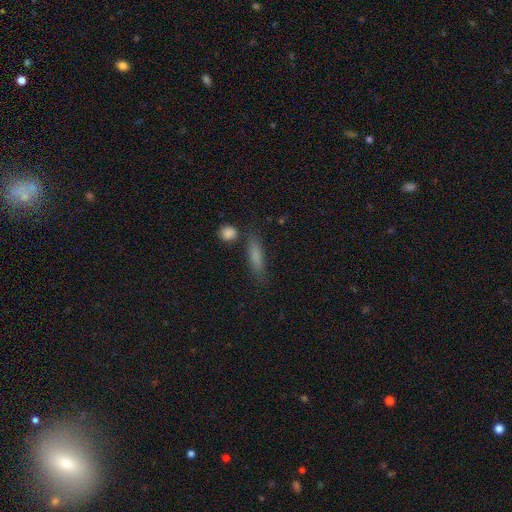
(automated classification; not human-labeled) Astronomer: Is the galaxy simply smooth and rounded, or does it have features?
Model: smooth — 77%.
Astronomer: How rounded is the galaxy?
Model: cigar-shaped — 73%.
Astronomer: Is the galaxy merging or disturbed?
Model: none — 74%.